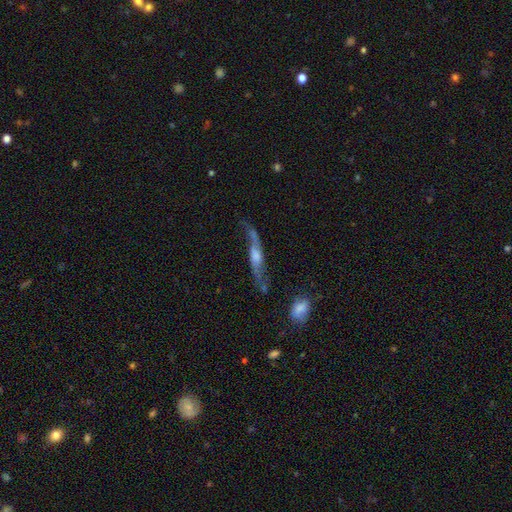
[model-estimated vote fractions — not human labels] Smooth or featured?
  - featured or disk: 72% *
  - smooth: 21%
  - star or artifact: 7%
Edge-on disk?
  - no: 51% *
  - yes: 49%
Merging?
  - none: 48% *
  - minor disturbance: 24%
  - major disturbance: 20%
  - merger: 8%